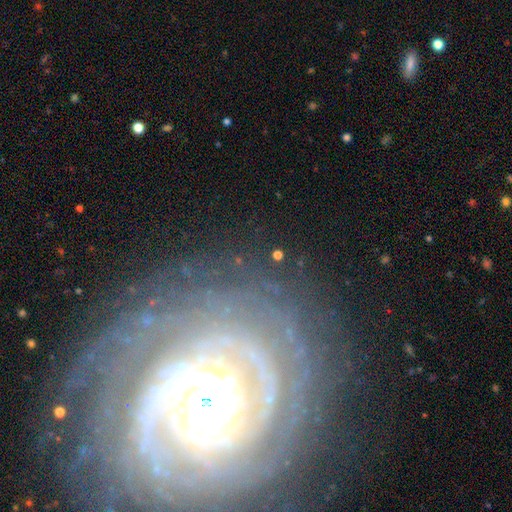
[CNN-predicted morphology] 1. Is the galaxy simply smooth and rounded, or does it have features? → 86% featured or disk, 8% star or artifact, 6% smooth.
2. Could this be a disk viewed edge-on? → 96% no, 4% yes.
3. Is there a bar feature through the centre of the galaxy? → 51% no, 25% strong, 24% weak.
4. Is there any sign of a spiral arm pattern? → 95% yes, 5% no.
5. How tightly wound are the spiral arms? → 81% tight, 15% medium, 3% loose.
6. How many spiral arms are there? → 25% 2, 24% can't tell, 17% 3, 12% more than 4, 12% 4, 10% 1.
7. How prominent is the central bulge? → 40% moderate, 33% large, 17% small, 6% dominant, 4% none.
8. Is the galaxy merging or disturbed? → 77% none, 14% minor disturbance, 8% major disturbance, 2% merger.